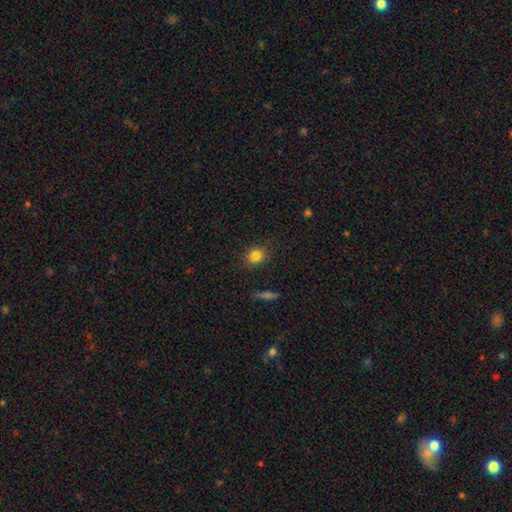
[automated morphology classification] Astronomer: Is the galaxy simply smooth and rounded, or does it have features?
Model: smooth — 82%.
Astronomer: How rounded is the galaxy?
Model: round — 78%.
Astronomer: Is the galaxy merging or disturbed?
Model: none — 83%.